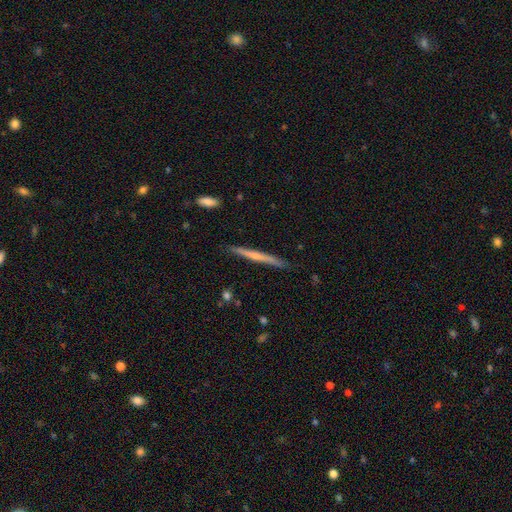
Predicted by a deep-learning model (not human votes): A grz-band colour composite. It shows a featured or disk galaxy (53%) viewed edge-on (97%) with no central bulge (54%). Merging: none (86%).